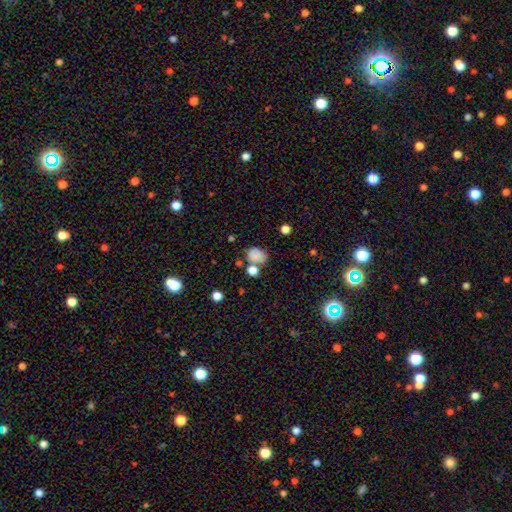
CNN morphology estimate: A smooth galaxy with no disk features (82%) that is in between round and cigar-shaped (57%). Merging: none (57%).